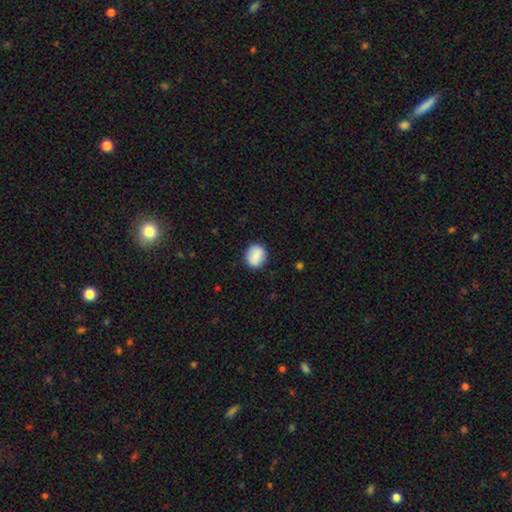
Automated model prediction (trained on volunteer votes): Smooth or featured: smooth — 86% (star or artifact — 7%)
How rounded: round — 61% (in between — 37%)
Merging: none — 86% (minor disturbance — 10%)